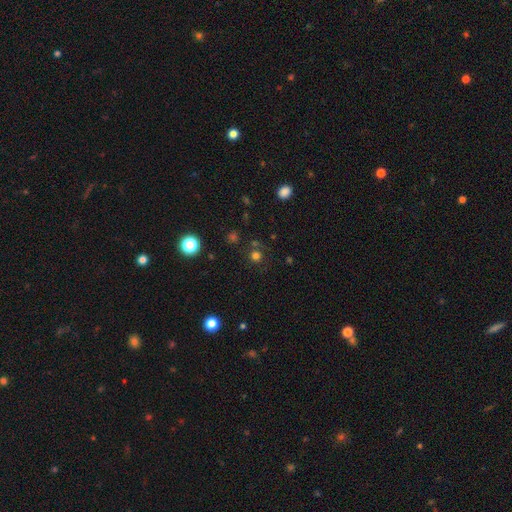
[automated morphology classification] A smooth galaxy with no disk features (67%) that is round (92%).

Vote fractions:
- Smooth or featured? smooth: 67% / star or artifact: 26% / featured or disk: 7%
- How rounded? round: 92% / in between: 7% / cigar-shaped: 1%
- Merging? none: 76% / minor disturbance: 10% / merger: 9% / major disturbance: 5%